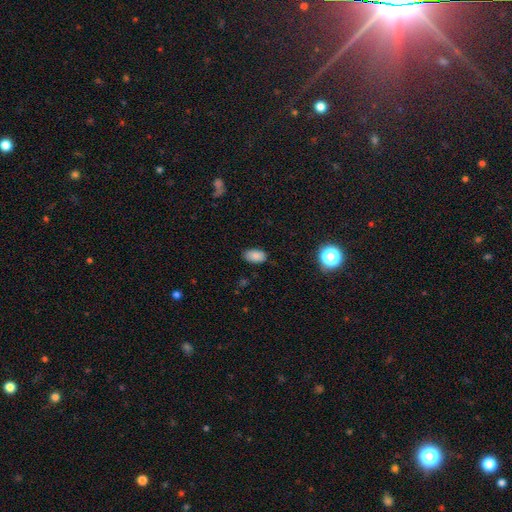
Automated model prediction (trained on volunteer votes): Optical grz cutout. It shows a smooth galaxy with no disk features (85%) that is in between round and cigar-shaped (93%). Merging: none (81%).